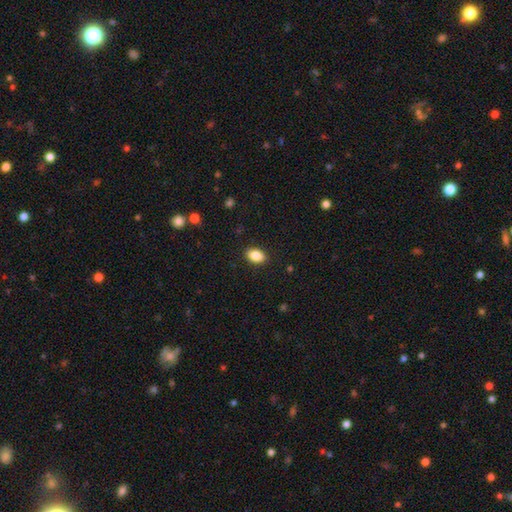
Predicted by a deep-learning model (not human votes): Q: Smooth or featured?
A: smooth (87%); runner-up: star or artifact (8%)
Q: How rounded?
A: in between (87%); runner-up: round (11%)
Q: Merging?
A: none (89%); runner-up: minor disturbance (8%)